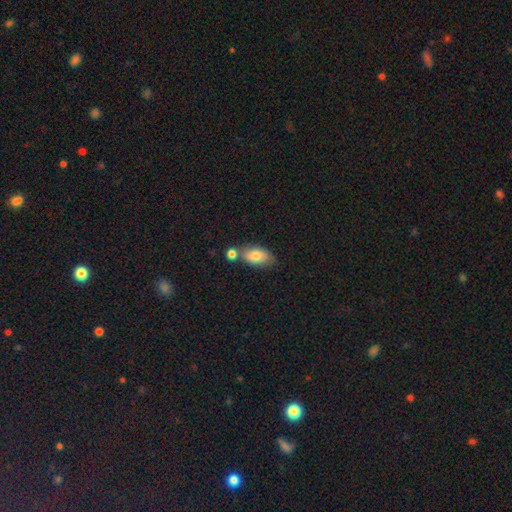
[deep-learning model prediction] Smooth or featured? smooth (78%)
How rounded? in between (90%)
Merging? none (56%)